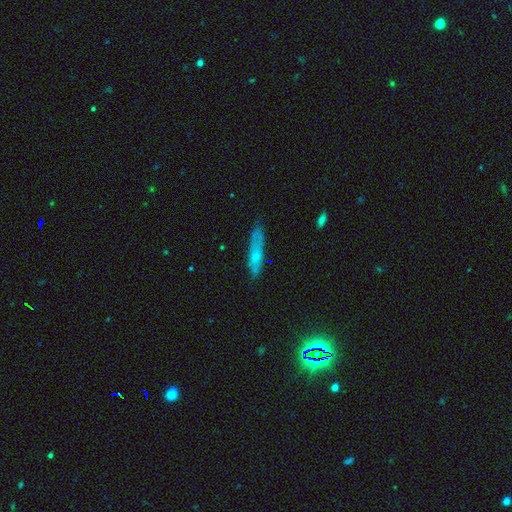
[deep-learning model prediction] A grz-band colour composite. It shows a smooth galaxy with no disk features (59%) that is cigar-shaped (80%). Merging: none (73%).